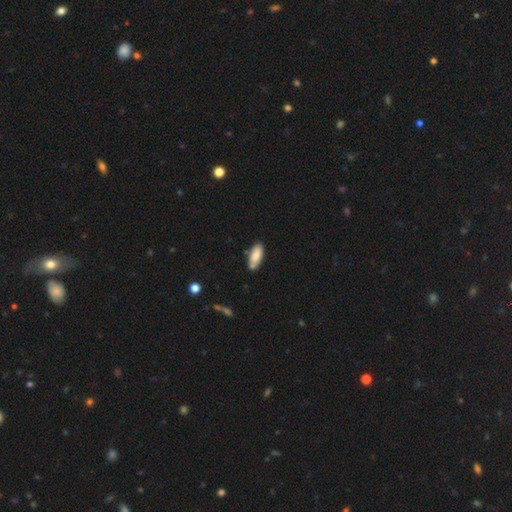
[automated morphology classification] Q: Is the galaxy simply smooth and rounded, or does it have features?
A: smooth — 84%.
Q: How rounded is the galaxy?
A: in between — 78%.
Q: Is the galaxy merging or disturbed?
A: none — 76%.